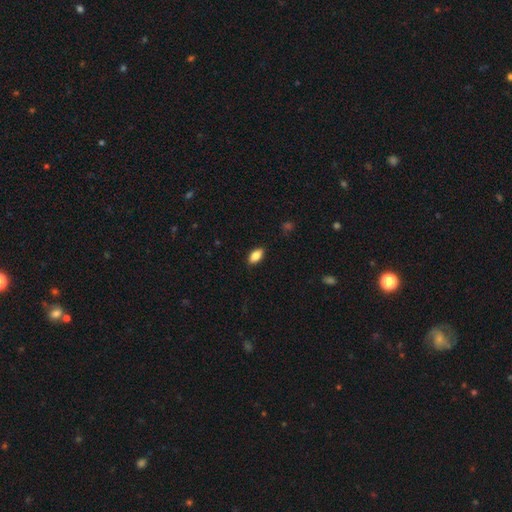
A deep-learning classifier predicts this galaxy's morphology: Overall: smooth (85%). How rounded: in between (91%). Merging: none (88%).